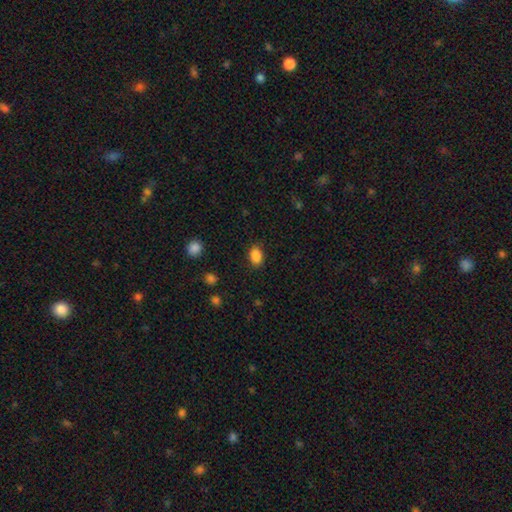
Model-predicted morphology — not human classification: Smooth or featured? smooth (87%)
How rounded? in between (80%)
Merging? none (84%)